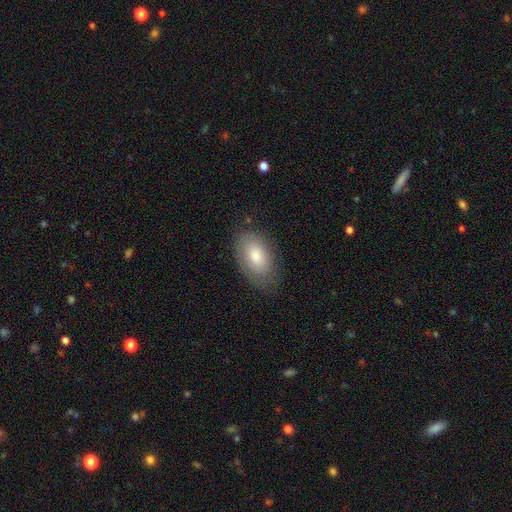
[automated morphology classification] Overall: smooth (75%). How rounded: in between (93%). Merging: none (75%).